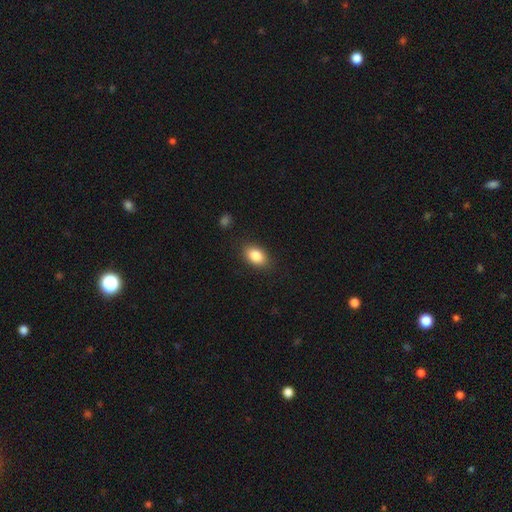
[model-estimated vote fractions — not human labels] smooth 85%, star or artifact 8%, featured or disk 7%. Down the decision tree: how rounded — in between (87%); merging — none (86%).